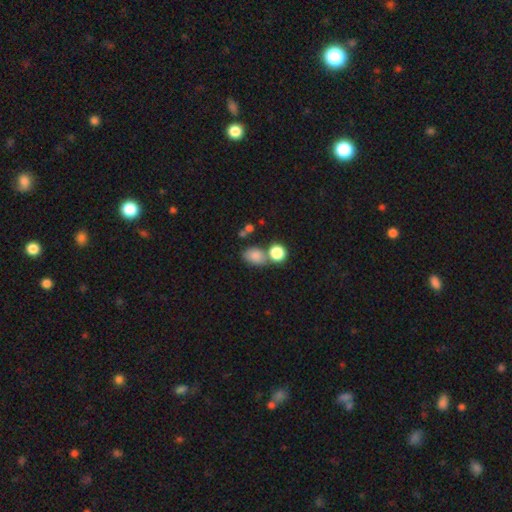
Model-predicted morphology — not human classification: smooth 82%, star or artifact 11%, featured or disk 7%. Down the decision tree: how rounded — in between (71%); merging — none (55%).